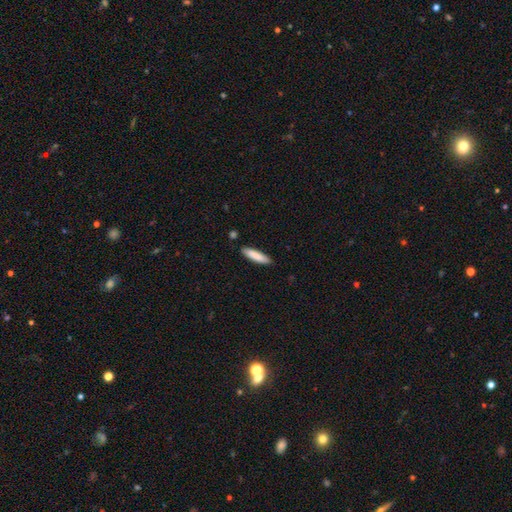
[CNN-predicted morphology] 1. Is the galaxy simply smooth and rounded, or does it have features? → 85% smooth, 9% featured or disk, 5% star or artifact.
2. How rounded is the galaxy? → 77% cigar-shaped, 21% in between, 1% round.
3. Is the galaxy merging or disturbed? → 87% none, 10% minor disturbance, 2% merger, 2% major disturbance.